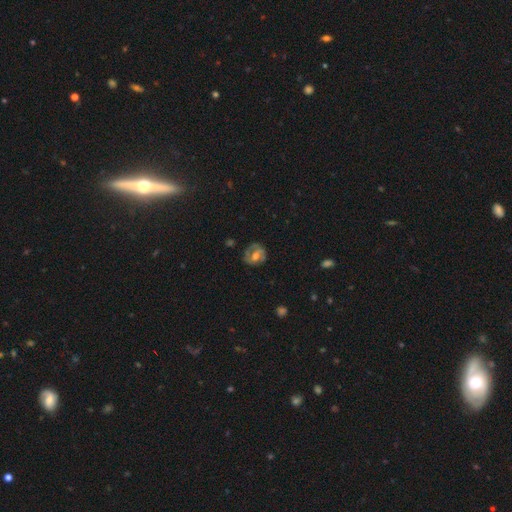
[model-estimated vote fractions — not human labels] featured or disk 61%, smooth 31%, star or artifact 8%. Down the decision tree: edge-on disk — no (96%); bar — weak (43%); spiral arms — yes (70%); bulge size — moderate (61%); merging — none (70%).